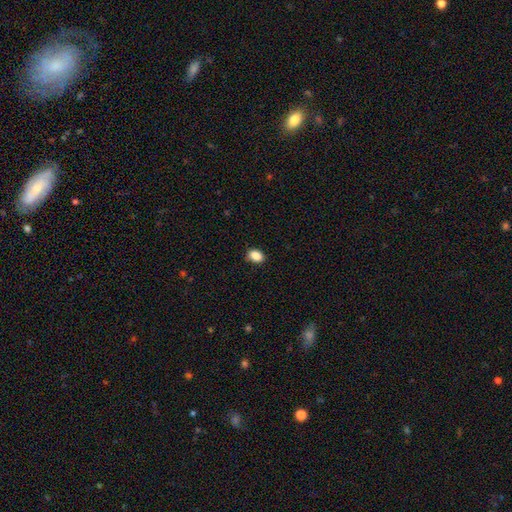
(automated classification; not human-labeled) This appears to be a smooth galaxy with no disk features (88%) that is in between round and cigar-shaped (76%). Merging: none (83%).